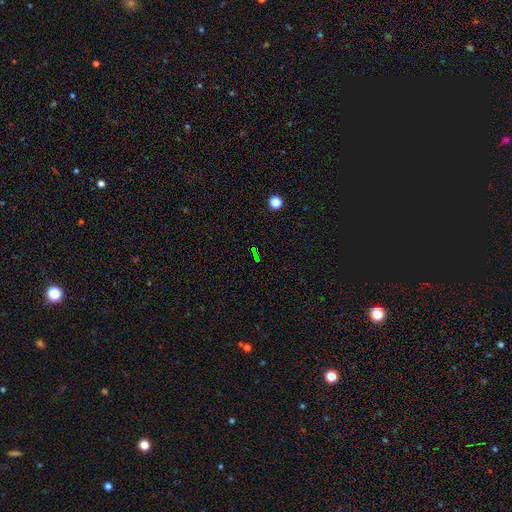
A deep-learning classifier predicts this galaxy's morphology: Q: Smooth or featured?
A: star or artifact (73%); runner-up: smooth (17%)